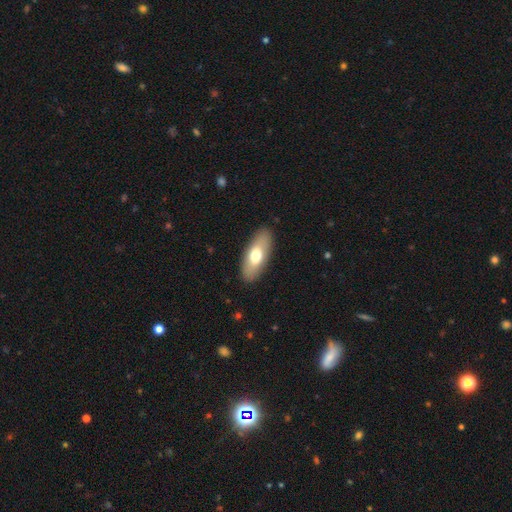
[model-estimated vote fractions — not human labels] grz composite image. It shows a smooth galaxy with no disk features (67%) that is in between round and cigar-shaped (76%). Merging: none (88%).